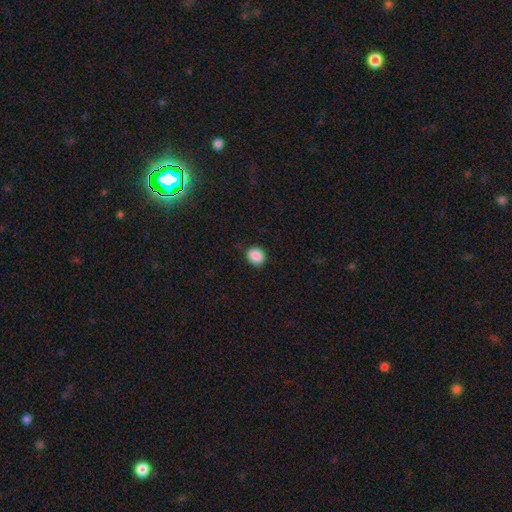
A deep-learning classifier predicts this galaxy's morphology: The model was most divided on "how rounded": round: 62%, in between: 37%, cigar-shaped: 1%. More confident: smooth or featured — smooth (89%); merging — none (86%).